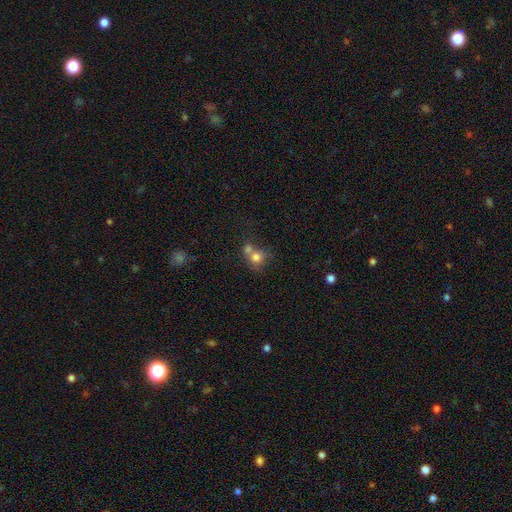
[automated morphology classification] The model was most divided on "merging": merger: 53%, none: 34%, minor disturbance: 8%, major disturbance: 5%. More confident: how rounded — round (78%); smooth or featured — smooth (74%).